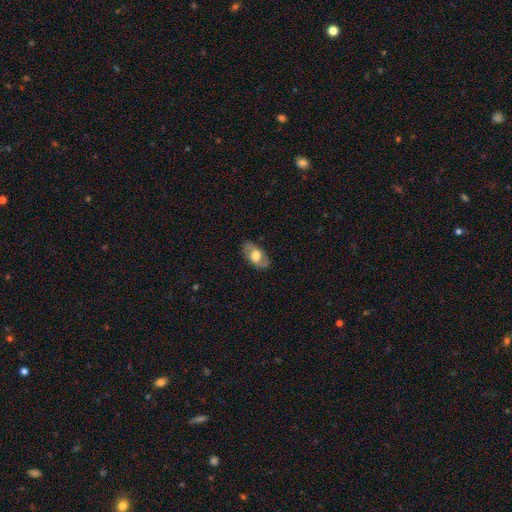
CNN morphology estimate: A featured or disk galaxy (47%). Merging: none (81%).